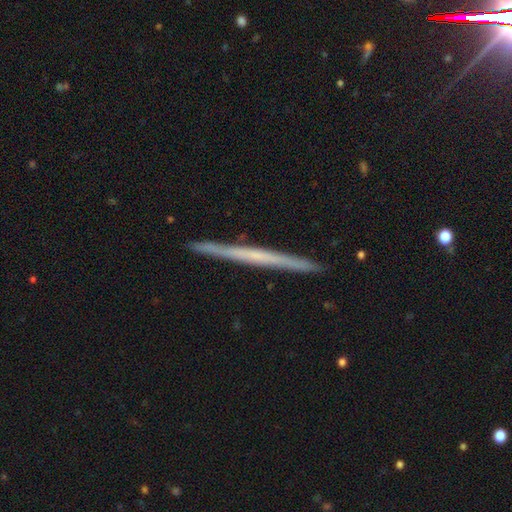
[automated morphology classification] type=featured or disk (62%); edge-on=yes (98%); edge-on bulge=none (85%); merging=none (92%).